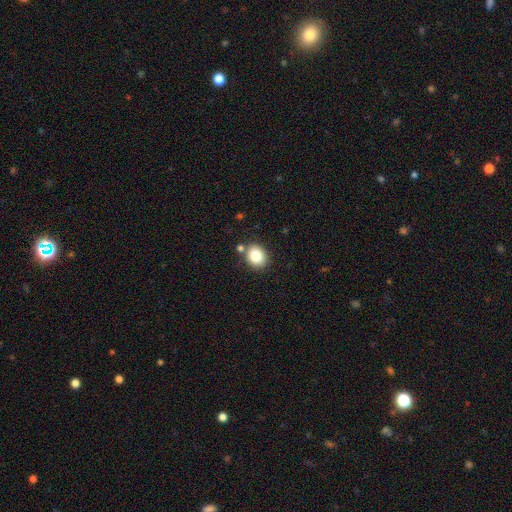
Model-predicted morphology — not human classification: Smooth or featured? Predicted: smooth (p=0.83). How rounded? Predicted: round (p=0.60). Merging? Predicted: none (p=0.79).